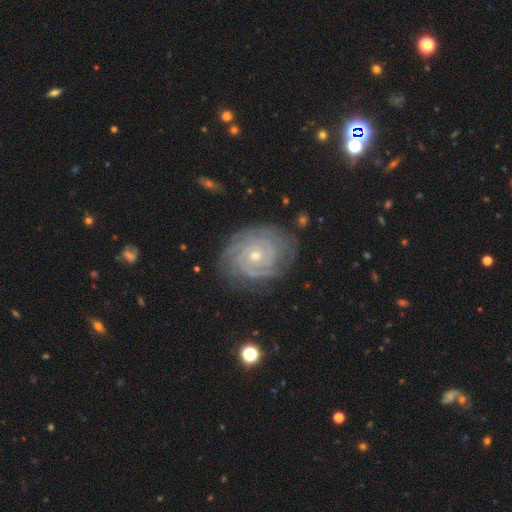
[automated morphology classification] This is clearly a featured or disk galaxy (89%). It is clearly not viewed edge-on (97%). Bar: likely no (78%). Spiral arm pattern: clearly yes (98%). Spiral arm count: marginally 3 (24%). Spiral winding: clearly tight (83%). Central bulge: likely small (66%). Merging: likely none (78%).